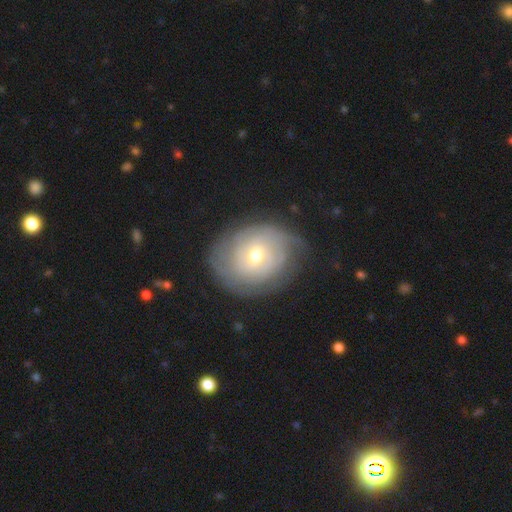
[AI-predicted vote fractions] featured or disk 71%, smooth 23%, star or artifact 7%. Down the decision tree: edge-on disk — no (97%); bar — no (57%); spiral arms — yes (85%); spiral arm count — can't tell (48%); spiral winding — tight (72%); bulge size — moderate (59%); merging — none (71%).